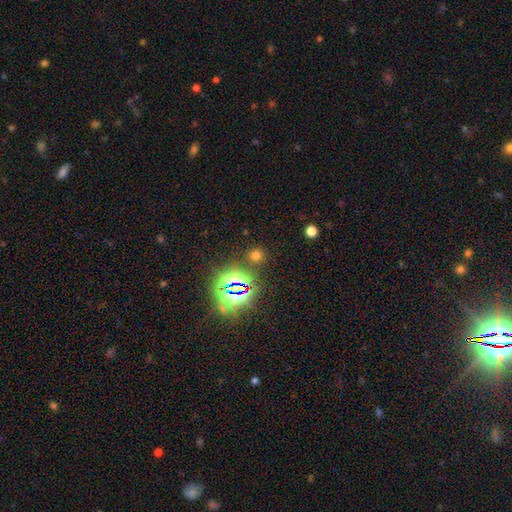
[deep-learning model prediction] A smooth galaxy with no disk features (56%) that is round (86%). Merging: none (83%).